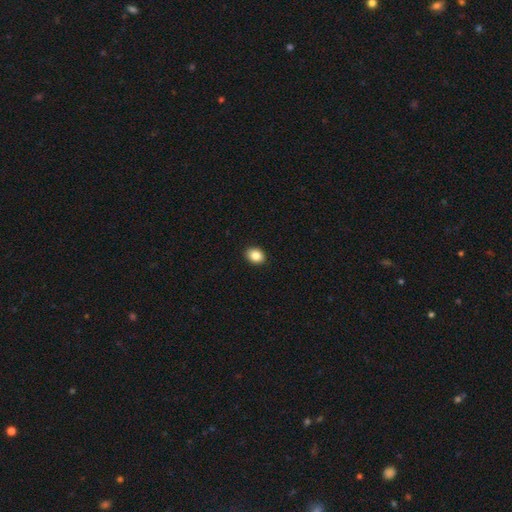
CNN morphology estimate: type=smooth (86%); roundness=in between (61%); merging=none (92%).